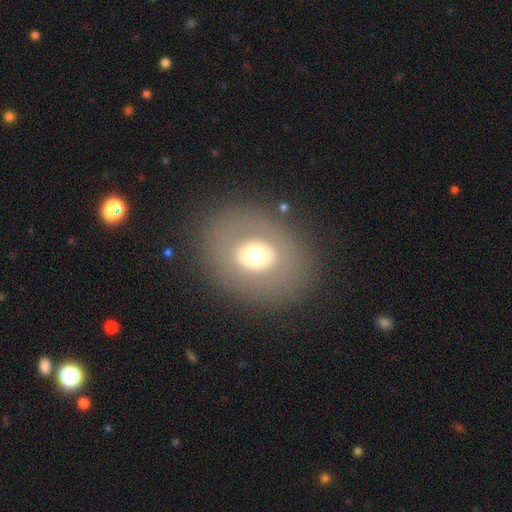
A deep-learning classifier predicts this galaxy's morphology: A smooth galaxy with no disk features (56%) that is round (53%).

Vote fractions:
- Smooth or featured? smooth: 56% / featured or disk: 33% / star or artifact: 11%
- How rounded? round: 53% / in between: 46% / cigar-shaped: 1%
- Merging? none: 83% / minor disturbance: 8% / major disturbance: 7% / merger: 1%